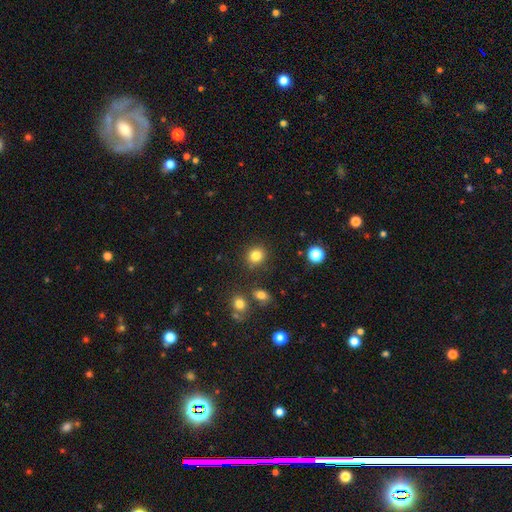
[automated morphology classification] Q: Smooth or featured?
A: smooth (82%); runner-up: star or artifact (12%)
Q: How rounded?
A: round (80%); runner-up: in between (19%)
Q: Merging?
A: none (85%); runner-up: minor disturbance (9%)